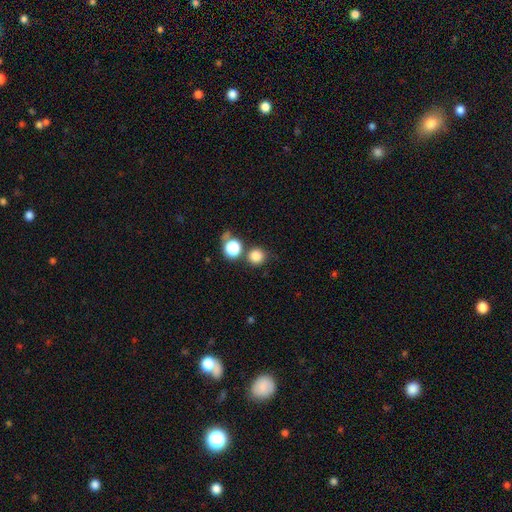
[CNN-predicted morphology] Smooth or featured? smooth (82%)
How rounded? round (92%)
Merging? none (71%)